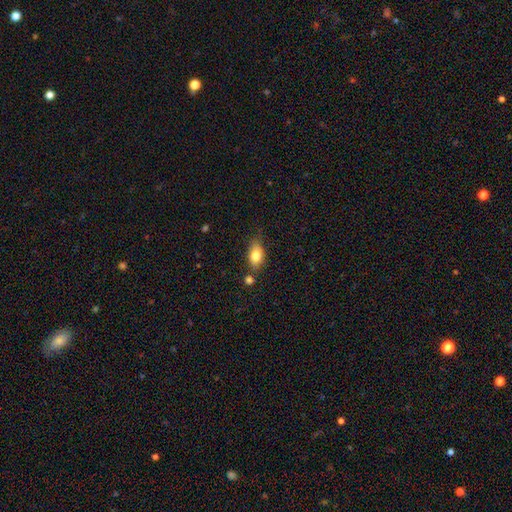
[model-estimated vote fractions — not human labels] smooth 78%, featured or disk 13%, star or artifact 8%. Down the decision tree: how rounded — in between (82%); merging — none (65%).